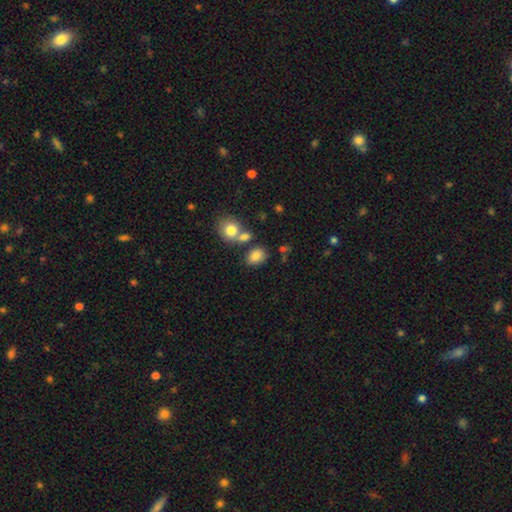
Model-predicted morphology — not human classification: A smooth galaxy with no disk features (82%) that is in between round and cigar-shaped (69%). Merging: none (61%).